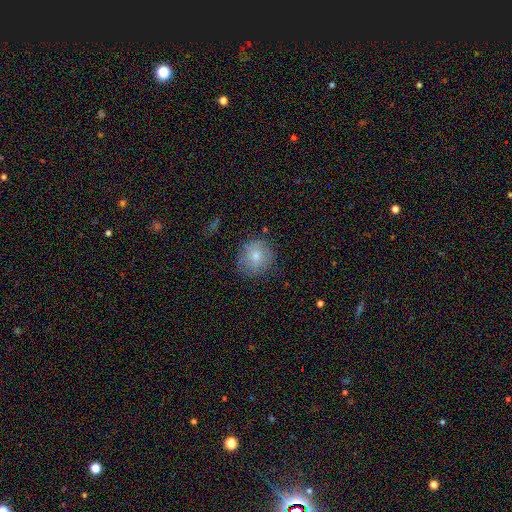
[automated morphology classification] Smooth or featured: smooth — 66% (featured or disk — 22%)
How rounded: round — 88% (in between — 11%)
Merging: none — 79% (minor disturbance — 16%)